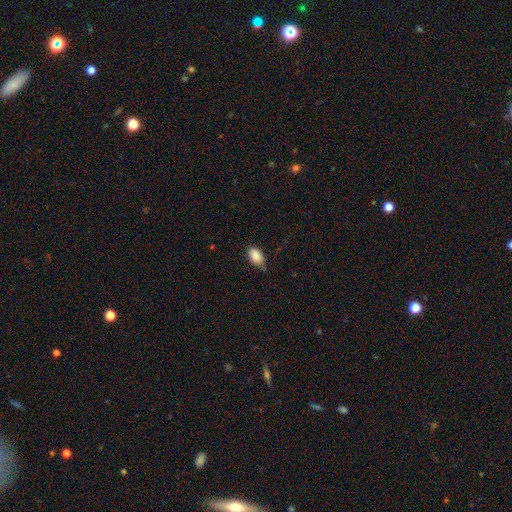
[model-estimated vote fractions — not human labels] A smooth galaxy with no disk features (88%) that is in between round and cigar-shaped (91%). Merging: none (59%).